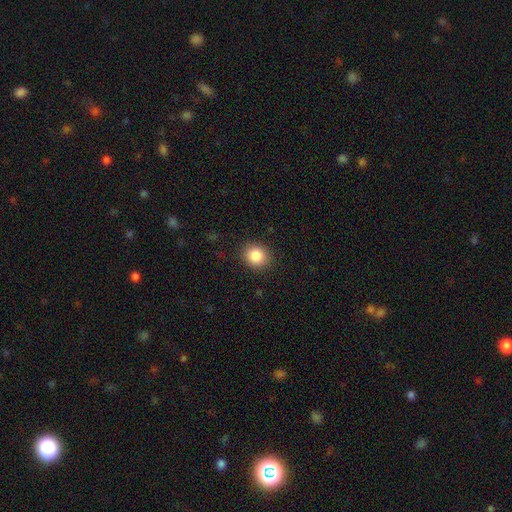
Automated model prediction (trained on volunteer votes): This appears to be a smooth galaxy with no disk features (87%) that is round (80%). Merging: none (89%).